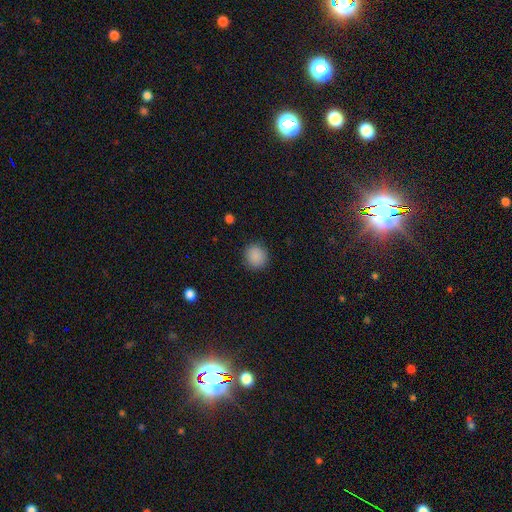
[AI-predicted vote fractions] Overall: smooth (88%). How rounded: round (90%). Merging: none (89%).